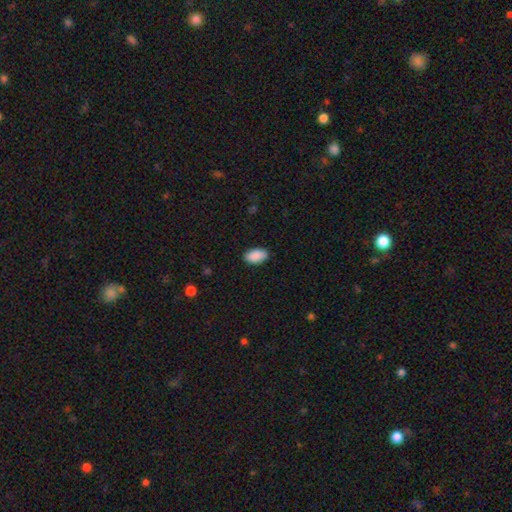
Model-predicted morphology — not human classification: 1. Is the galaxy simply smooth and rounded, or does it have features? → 90% smooth, 6% star or artifact, 4% featured or disk.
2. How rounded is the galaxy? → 95% in between, 3% round, 2% cigar-shaped.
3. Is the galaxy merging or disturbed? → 87% none, 10% minor disturbance, 2% major disturbance, 1% merger.